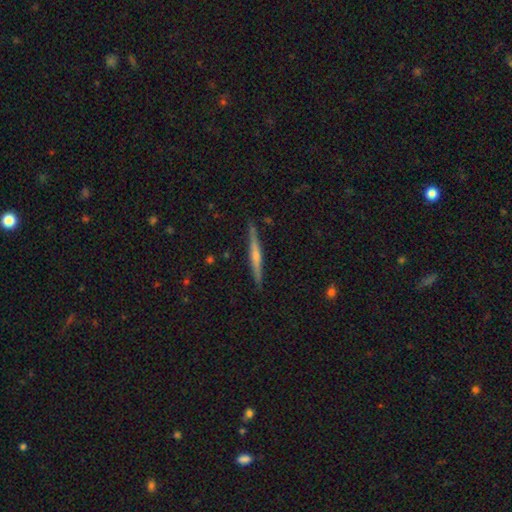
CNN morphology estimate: Overall: featured or disk (71%). Edge-on disk: yes (98%). Edge-on bulge: rounded (77%). Merging: none (90%).